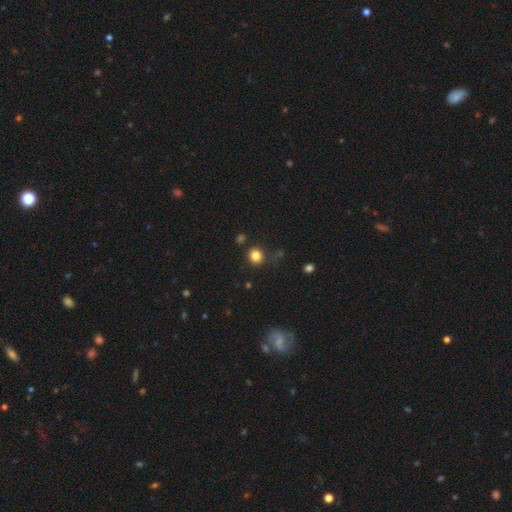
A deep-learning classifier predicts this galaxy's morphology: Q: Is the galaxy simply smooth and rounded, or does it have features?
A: smooth — 82%.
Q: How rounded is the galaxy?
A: round — 88%.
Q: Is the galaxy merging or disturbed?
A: none — 83%.